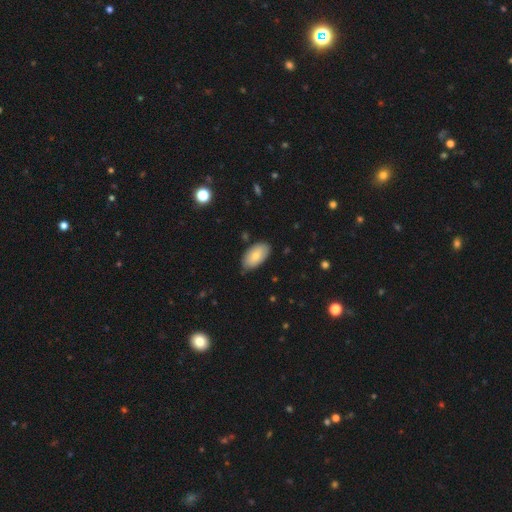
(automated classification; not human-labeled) Morphology: type=smooth (73%); roundness=in between (95%); merging=none (78%).